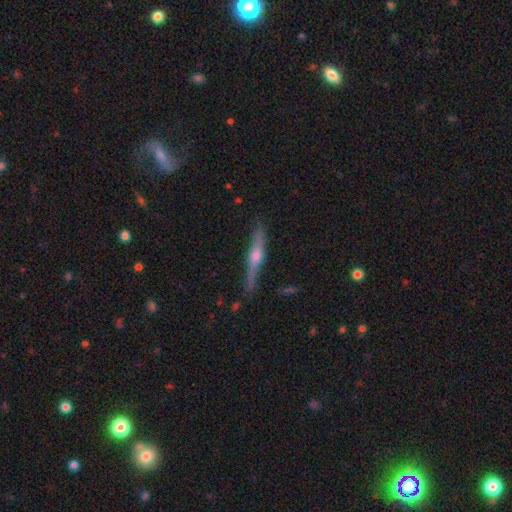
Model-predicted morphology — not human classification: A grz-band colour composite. It shows a featured or disk galaxy (70%) viewed edge-on (96%) with a rounded central bulge (90%). Merging: none (81%).